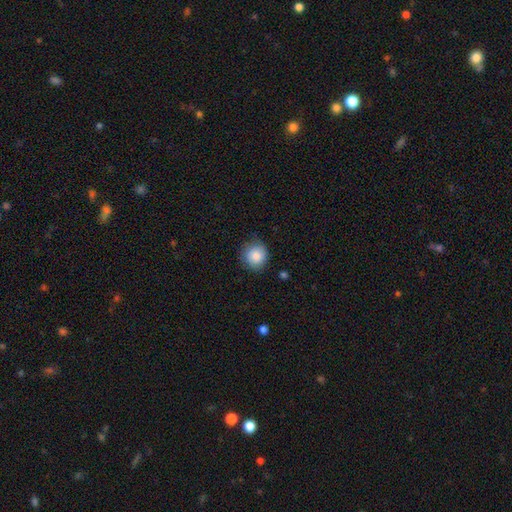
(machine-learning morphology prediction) Q: Smooth or featured?
A: smooth (87%); runner-up: star or artifact (8%)
Q: How rounded?
A: round (88%); runner-up: in between (11%)
Q: Merging?
A: none (82%); runner-up: minor disturbance (14%)